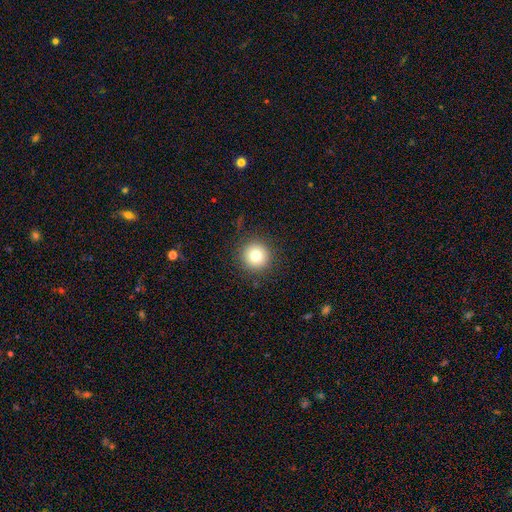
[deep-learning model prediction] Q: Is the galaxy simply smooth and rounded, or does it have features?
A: smooth — 78%.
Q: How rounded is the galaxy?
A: round — 96%.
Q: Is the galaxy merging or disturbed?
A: none — 90%.